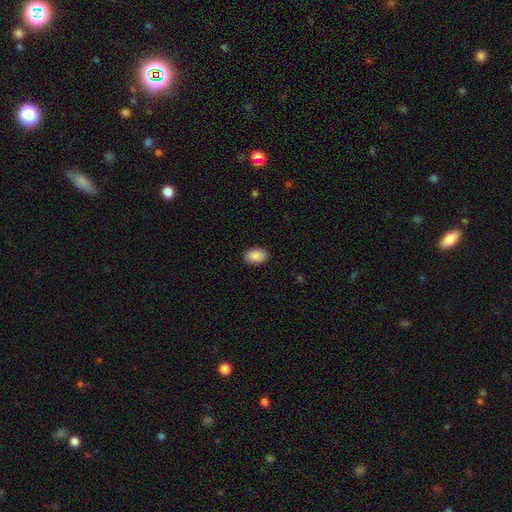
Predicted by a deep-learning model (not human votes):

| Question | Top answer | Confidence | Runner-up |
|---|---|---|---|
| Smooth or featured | smooth | 90% | star or artifact (7%) |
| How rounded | in between | 89% | round (10%) |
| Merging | none | 89% | minor disturbance (8%) |